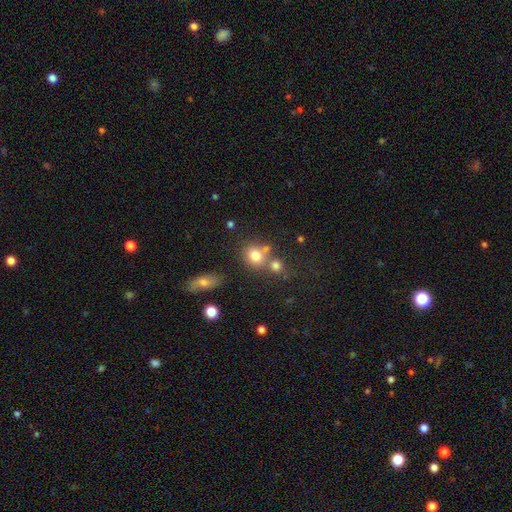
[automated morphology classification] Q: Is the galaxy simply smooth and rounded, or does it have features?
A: smooth — 76%.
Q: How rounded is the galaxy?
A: round — 68%.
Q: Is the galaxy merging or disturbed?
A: none — 54%.